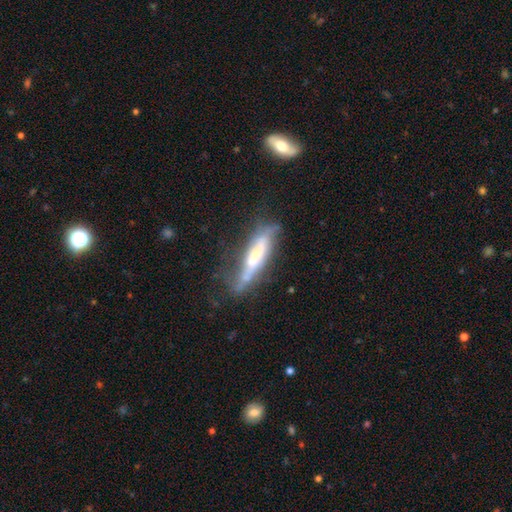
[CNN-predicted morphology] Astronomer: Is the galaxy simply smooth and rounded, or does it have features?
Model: featured or disk — 61%.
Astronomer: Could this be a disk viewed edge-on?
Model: yes — 63%.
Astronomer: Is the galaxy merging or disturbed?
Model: none — 45% (runner-up: minor disturbance, 29%).